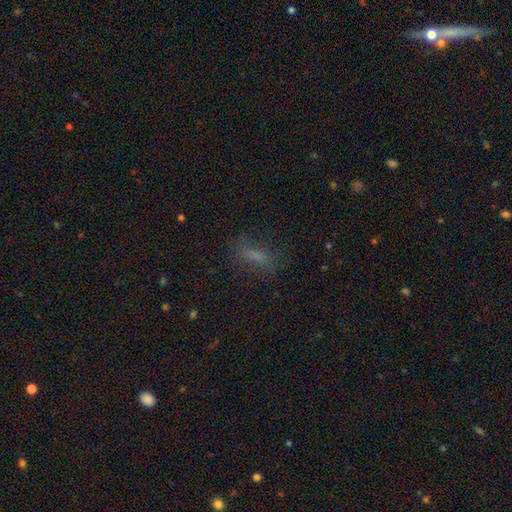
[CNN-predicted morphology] Overall: smooth (65%). How rounded: in between (55%; cigar-shaped 40%). Merging: none (71%).